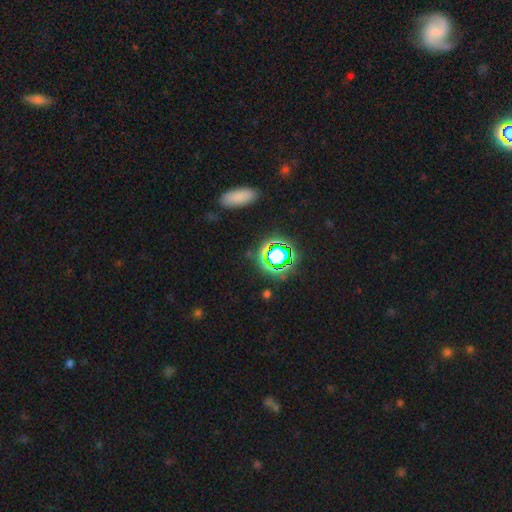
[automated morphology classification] smooth_or_featured: star or artifact (p=0.65) [alt: smooth p=0.26]